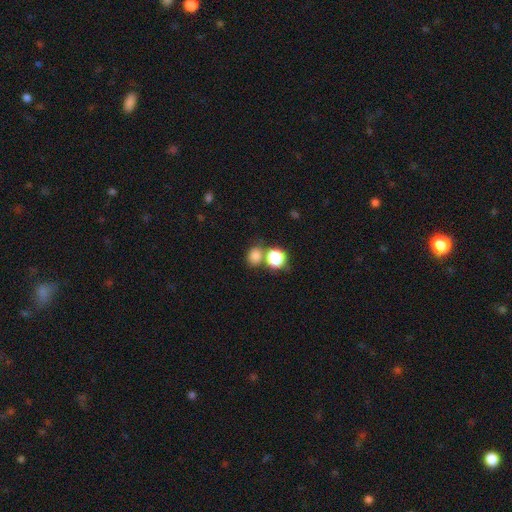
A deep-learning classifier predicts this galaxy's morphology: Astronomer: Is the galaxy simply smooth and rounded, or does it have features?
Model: smooth — 77%.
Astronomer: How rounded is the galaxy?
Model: round — 62% (runner-up: in between, 37%).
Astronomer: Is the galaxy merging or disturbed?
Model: none — 62%.